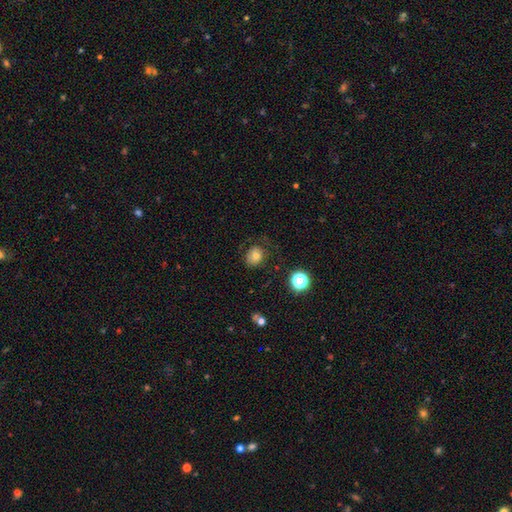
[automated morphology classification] A smooth galaxy with no disk features (72%) that is round (65%). Merging: none (65%).